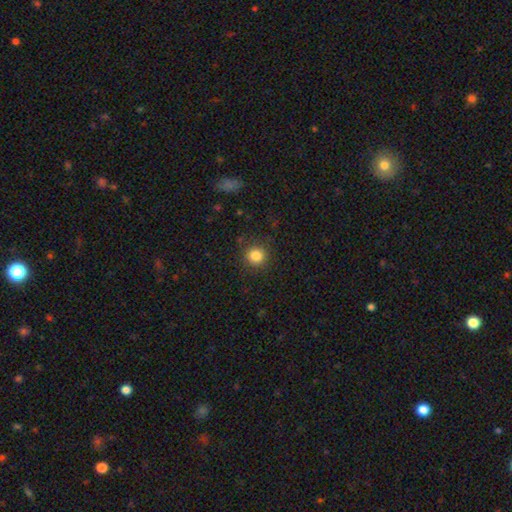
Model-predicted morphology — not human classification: smooth 84%, star or artifact 11%, featured or disk 5%. Down the decision tree: how rounded — round (92%); merging — none (88%).